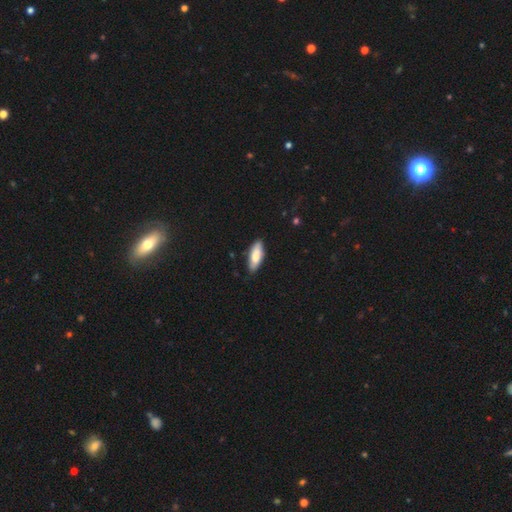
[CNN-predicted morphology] smooth 80%, featured or disk 14%, star or artifact 6%. Down the decision tree: how rounded — in between (68%); merging — none (81%).